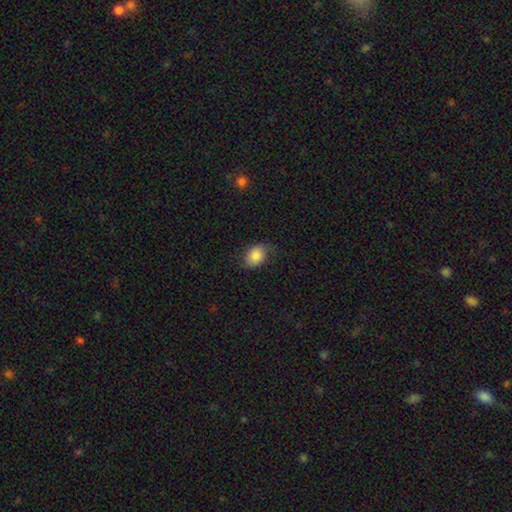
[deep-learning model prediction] Smooth or featured? Predicted: smooth (p=0.82). How rounded? Predicted: in between (p=0.66). Merging? Predicted: none (p=0.66).